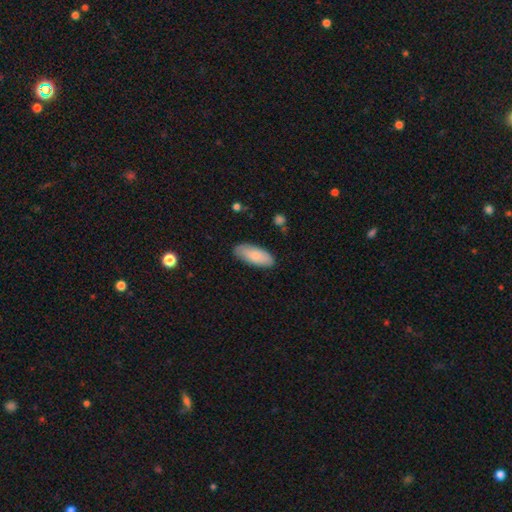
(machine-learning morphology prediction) type=smooth (81%); roundness=in between (83%); merging=none (85%).